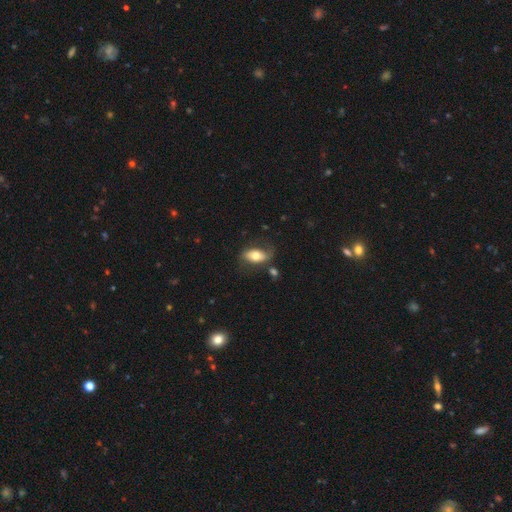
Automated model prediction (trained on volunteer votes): This appears to be a smooth galaxy with no disk features (58%) that is in between round and cigar-shaped (88%). Merging: none (62%).